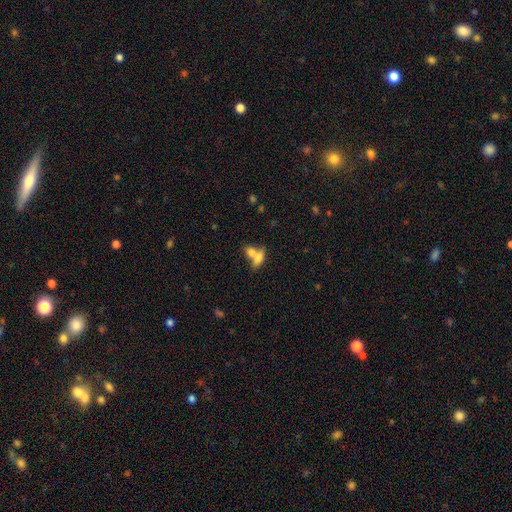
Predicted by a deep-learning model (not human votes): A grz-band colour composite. It shows a smooth galaxy with no disk features (73%) that is in between round and cigar-shaped (75%). Merging: merger (65%).